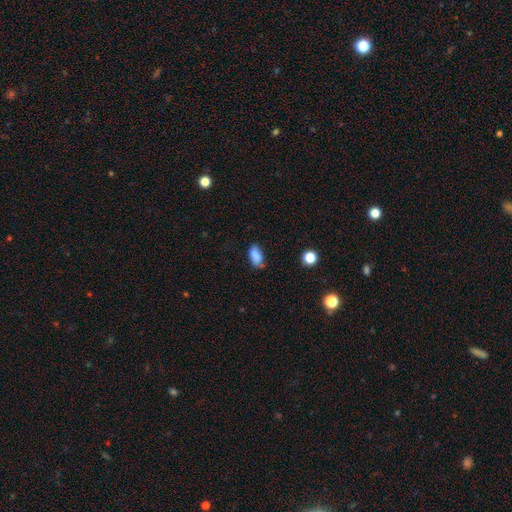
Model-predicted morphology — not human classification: A smooth galaxy with no disk features (84%) that is in between round and cigar-shaped (88%).

Vote fractions:
- Smooth or featured? smooth: 84% / star or artifact: 9% / featured or disk: 7%
- How rounded? in between: 88% / cigar-shaped: 7% / round: 5%
- Merging? none: 62% / minor disturbance: 28% / major disturbance: 6% / merger: 4%